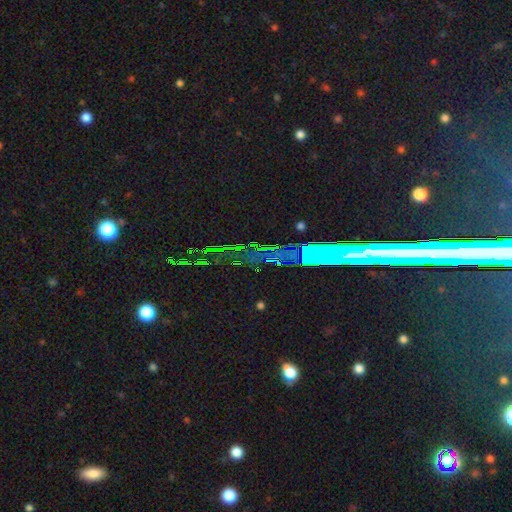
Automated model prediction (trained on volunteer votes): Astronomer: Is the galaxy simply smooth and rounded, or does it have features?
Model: star or artifact — 75%.